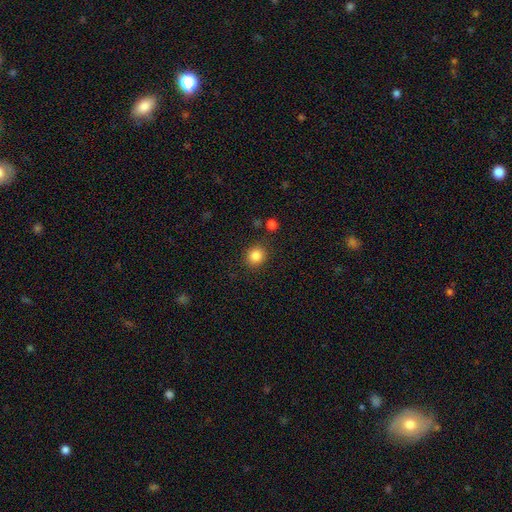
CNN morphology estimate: smooth 85%, star or artifact 10%, featured or disk 4%. Down the decision tree: how rounded — round (82%); merging — none (87%).